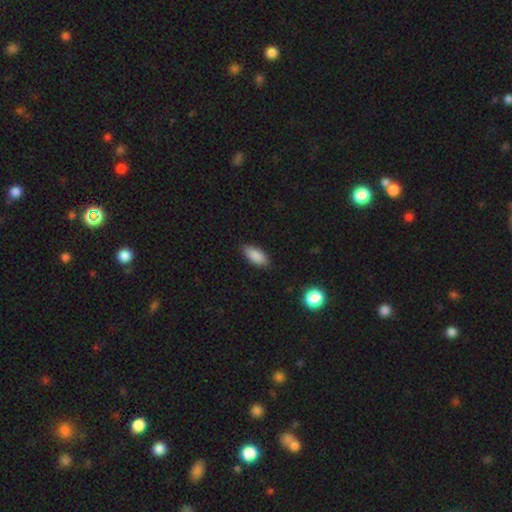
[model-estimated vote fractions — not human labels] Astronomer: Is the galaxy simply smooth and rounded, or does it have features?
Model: smooth — 87%.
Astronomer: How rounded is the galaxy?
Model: in between — 85%.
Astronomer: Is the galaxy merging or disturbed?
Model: none — 86%.